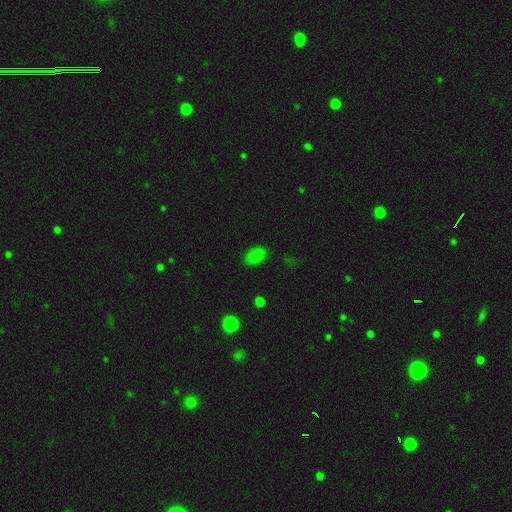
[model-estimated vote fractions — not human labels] This is likely a smooth galaxy (80%). How rounded: clearly in between (90%). Merging: clearly none (80%).